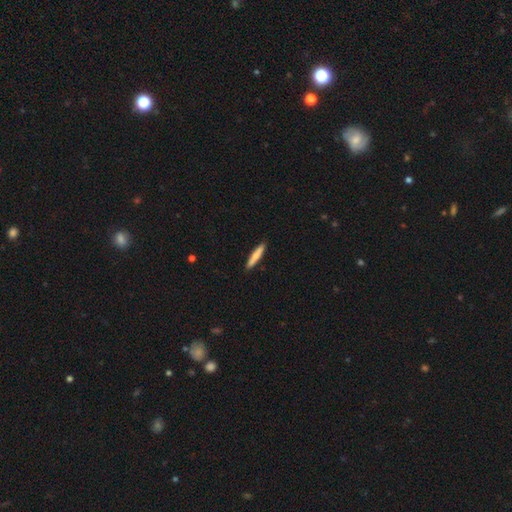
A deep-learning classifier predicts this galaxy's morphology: smooth 78%, featured or disk 17%, star or artifact 5%. Down the decision tree: how rounded — cigar-shaped (92%); merging — none (91%).